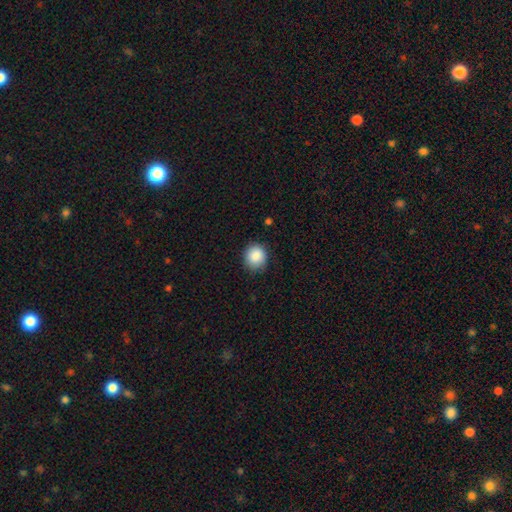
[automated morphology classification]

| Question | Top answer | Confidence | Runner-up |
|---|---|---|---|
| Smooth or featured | smooth | 88% | star or artifact (8%) |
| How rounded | round | 82% | in between (17%) |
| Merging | none | 85% | minor disturbance (12%) |